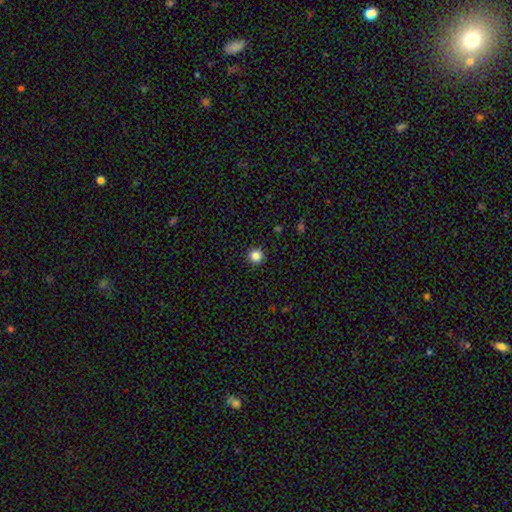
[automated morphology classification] Smooth or featured? smooth (84%)
How rounded? round (95%)
Merging? none (93%)